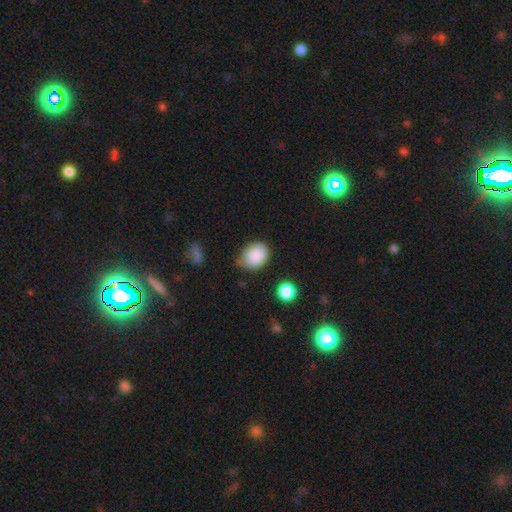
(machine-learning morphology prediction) type=smooth (86%); roundness=in between (53%); merging=none (62%).